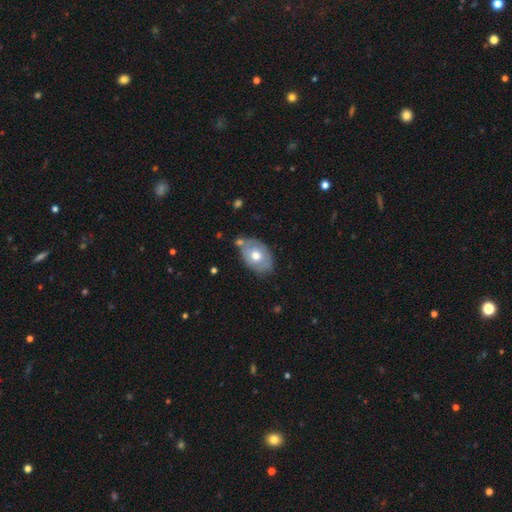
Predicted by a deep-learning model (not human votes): Smooth or featured? smooth (55%)
How rounded? in between (82%)
Merging? none (61%)